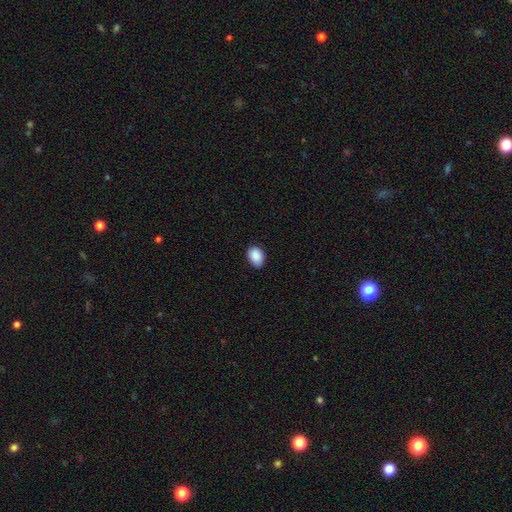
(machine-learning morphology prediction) A smooth galaxy with no disk features (90%) that is in between round and cigar-shaped (78%).

Vote fractions:
- Smooth or featured? smooth: 90% / star or artifact: 7% / featured or disk: 3%
- How rounded? in between: 78% / round: 21% / cigar-shaped: 1%
- Merging? none: 81% / minor disturbance: 16% / major disturbance: 2% / merger: 1%